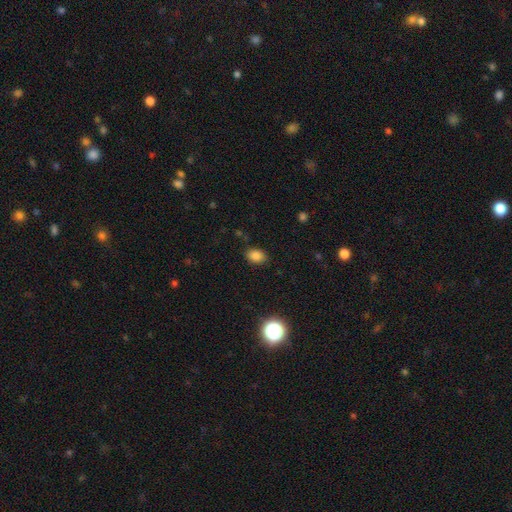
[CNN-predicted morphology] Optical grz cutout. It shows a smooth galaxy with no disk features (83%) that is in between round and cigar-shaped (76%). Merging: none (85%).